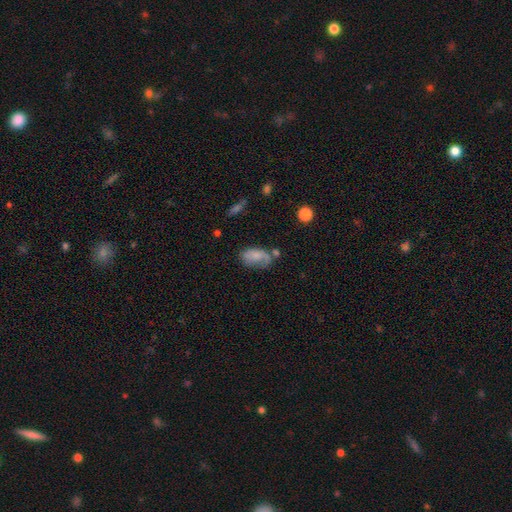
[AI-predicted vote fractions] The model was most divided on "merging": none: 37%, minor disturbance: 29%, major disturbance: 21%, merger: 12%. More confident: how rounded — in between (91%); smooth or featured — smooth (67%).